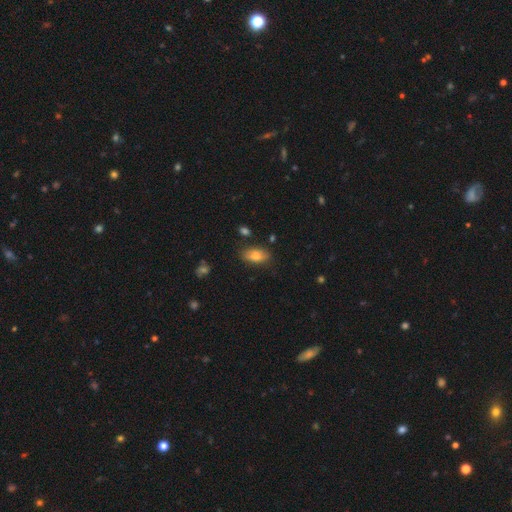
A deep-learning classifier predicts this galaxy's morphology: type=smooth (75%); roundness=in between (89%); merging=none (83%).